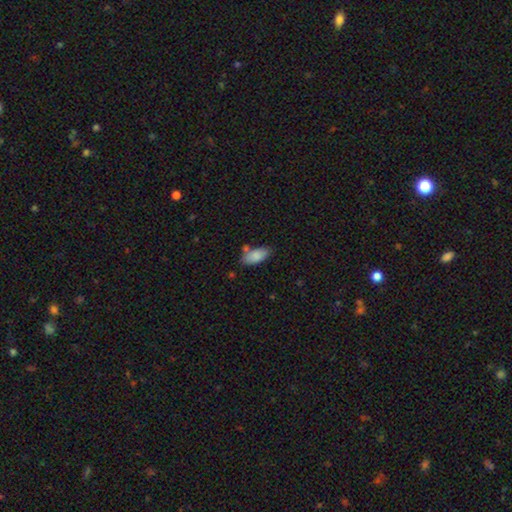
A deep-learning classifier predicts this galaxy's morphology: Overall: smooth (86%). How rounded: in between (88%). Merging: none (63%).